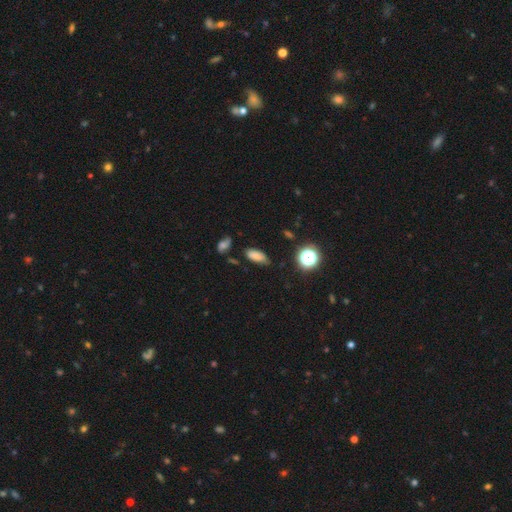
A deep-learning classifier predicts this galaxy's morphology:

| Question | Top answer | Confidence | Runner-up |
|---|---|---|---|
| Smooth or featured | smooth | 75% | star or artifact (15%) |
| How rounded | in between | 84% | cigar-shaped (10%) |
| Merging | none | 67% | minor disturbance (24%) |